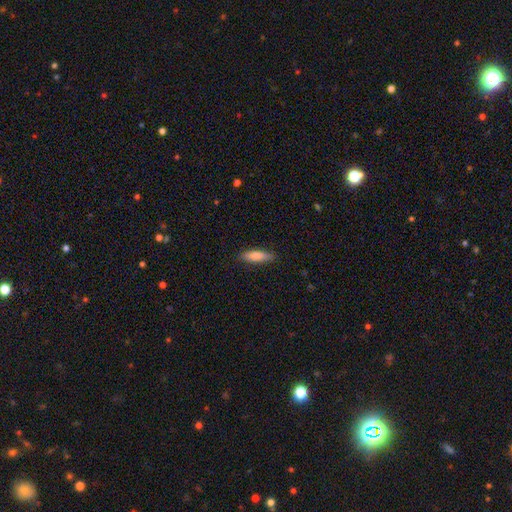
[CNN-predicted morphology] This appears to be a smooth galaxy with no disk features (76%) that is cigar-shaped (62%). Merging: none (85%).